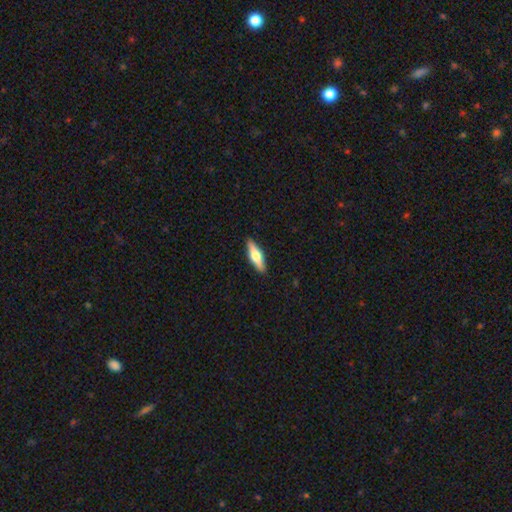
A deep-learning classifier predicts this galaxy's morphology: type=smooth (48%); merging=none (90%).